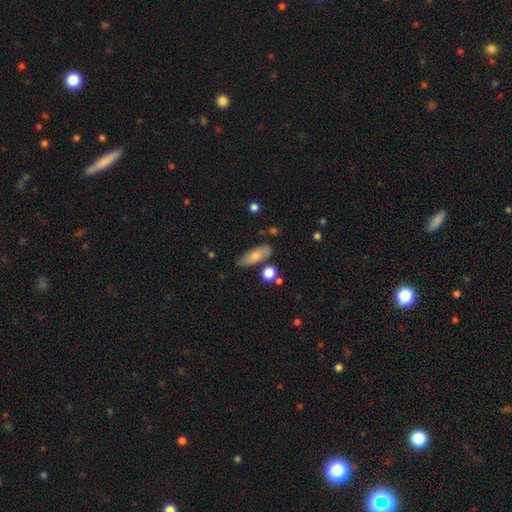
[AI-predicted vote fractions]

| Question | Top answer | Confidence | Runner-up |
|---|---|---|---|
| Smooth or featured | smooth | 77% | featured or disk (16%) |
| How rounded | in between | 65% | cigar-shaped (31%) |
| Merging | none | 74% | minor disturbance (16%) |